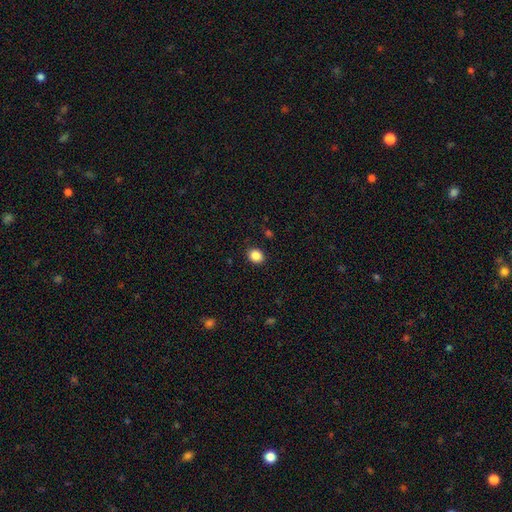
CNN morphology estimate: smooth 87%, star or artifact 10%, featured or disk 3%. Down the decision tree: how rounded — round (59%); merging — none (90%).